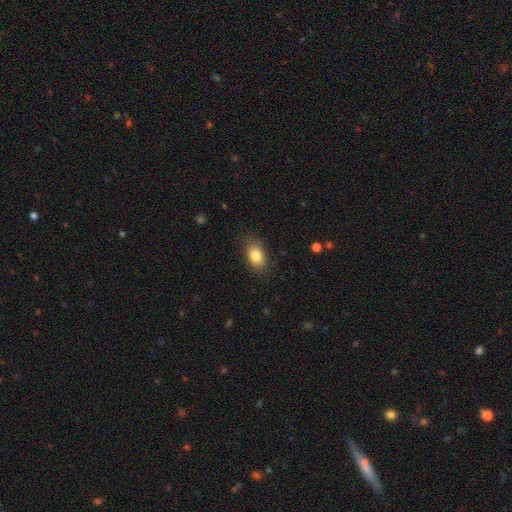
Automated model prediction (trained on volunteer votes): Q: Smooth or featured?
A: smooth (83%); runner-up: featured or disk (9%)
Q: How rounded?
A: in between (86%); runner-up: round (12%)
Q: Merging?
A: none (82%); runner-up: minor disturbance (14%)